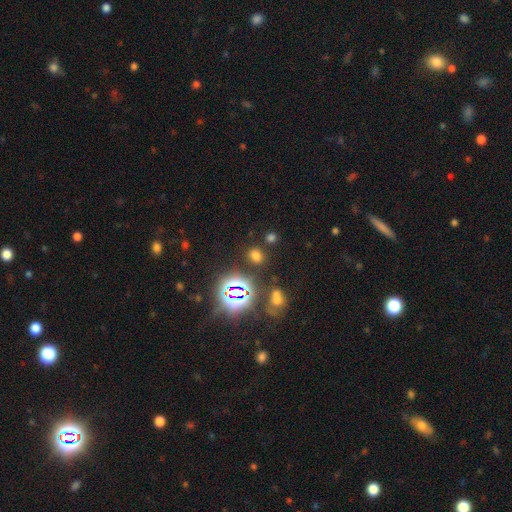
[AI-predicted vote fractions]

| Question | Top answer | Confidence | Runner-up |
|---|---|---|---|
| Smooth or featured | smooth | 60% | star or artifact (33%) |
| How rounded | round | 54% | in between (45%) |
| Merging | none | 81% | minor disturbance (9%) |